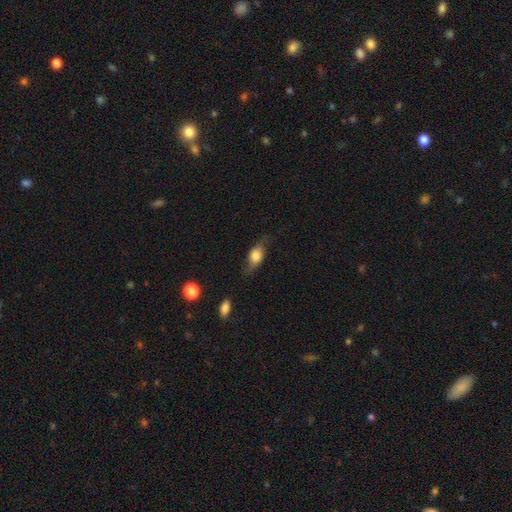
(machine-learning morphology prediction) type=smooth (59%); roundness=in between (71%); merging=none (66%).